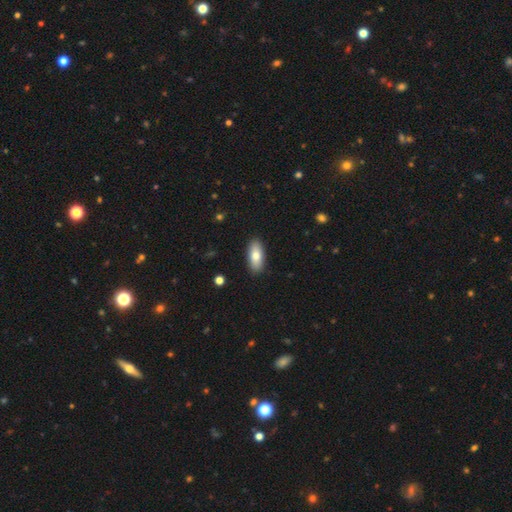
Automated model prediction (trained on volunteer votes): The model was most divided on "smooth or featured": smooth: 78%, featured or disk: 15%, star or artifact: 6%. More confident: merging — none (90%); how rounded — in between (85%).